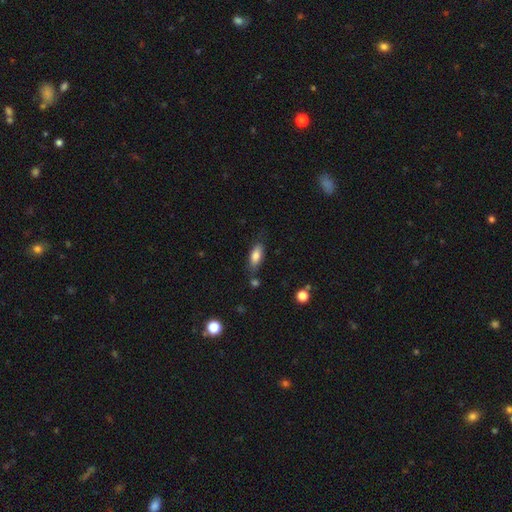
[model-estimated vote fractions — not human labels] This appears to be a smooth galaxy with no disk features (80%) that is in between round and cigar-shaped (77%). Merging: none (71%).